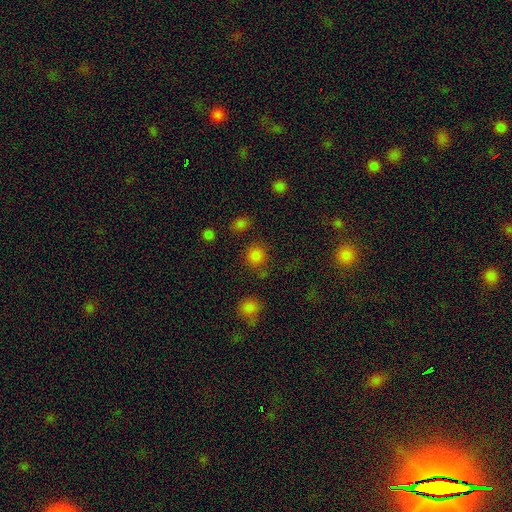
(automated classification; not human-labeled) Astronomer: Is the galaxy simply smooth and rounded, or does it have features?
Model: smooth — 80%.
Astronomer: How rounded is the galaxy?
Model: round — 90%.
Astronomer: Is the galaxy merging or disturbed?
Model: none — 78%.